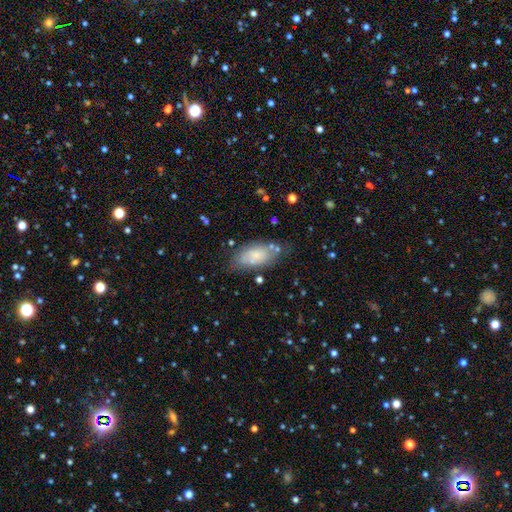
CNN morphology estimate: Q: Smooth or featured?
A: smooth (68%); runner-up: featured or disk (24%)
Q: How rounded?
A: in between (90%); runner-up: cigar-shaped (7%)
Q: Merging?
A: none (64%); runner-up: minor disturbance (22%)